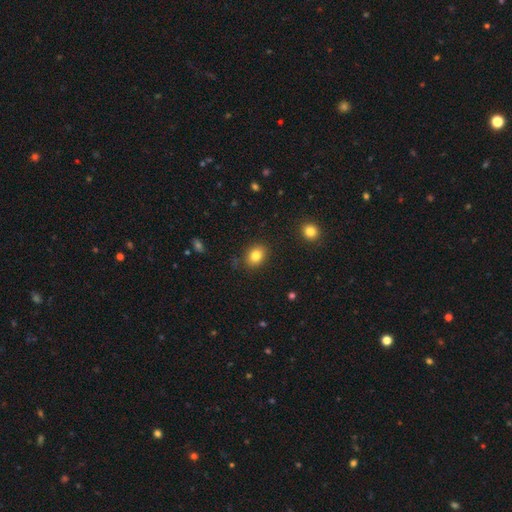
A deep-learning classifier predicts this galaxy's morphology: Smooth or featured? smooth (82%)
How rounded? in between (59%)
Merging? none (86%)